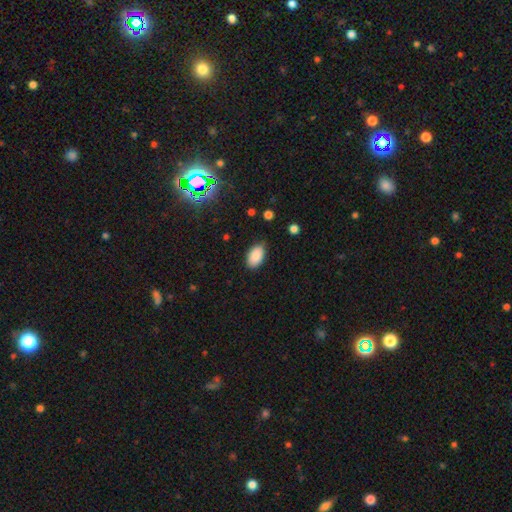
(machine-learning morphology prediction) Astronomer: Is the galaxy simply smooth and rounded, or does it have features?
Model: smooth — 88%.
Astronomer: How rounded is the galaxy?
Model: in between — 93%.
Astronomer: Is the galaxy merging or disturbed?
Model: none — 80%.